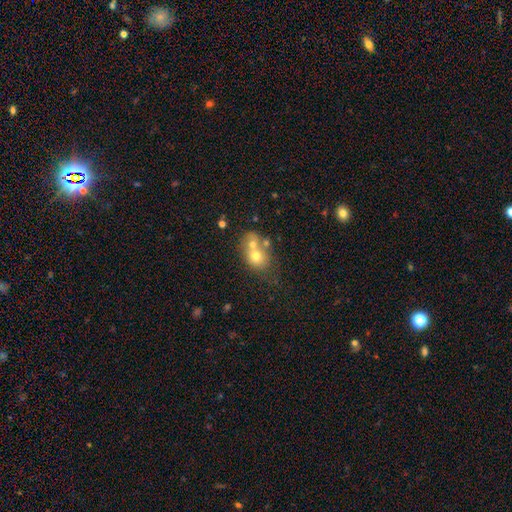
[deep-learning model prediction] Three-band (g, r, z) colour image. It shows a smooth galaxy with no disk features (65%) that is round (55%). Merging: merger (58%).